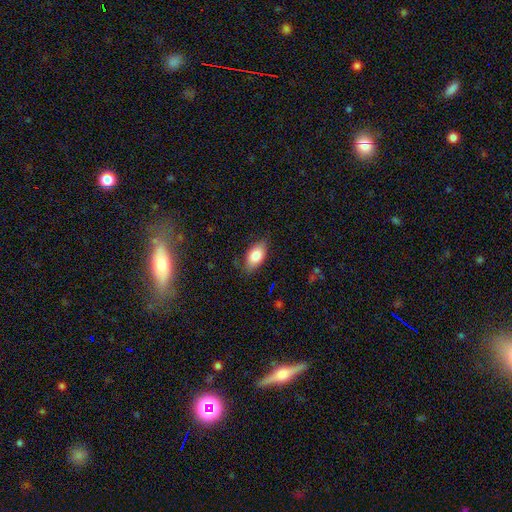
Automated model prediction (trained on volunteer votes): A smooth galaxy with no disk features (83%) that is in between round and cigar-shaped (92%).

Vote fractions:
- Smooth or featured? smooth: 83% / featured or disk: 10% / star or artifact: 7%
- How rounded? in between: 92% / round: 4% / cigar-shaped: 4%
- Merging? none: 80% / minor disturbance: 16% / major disturbance: 3% / merger: 1%